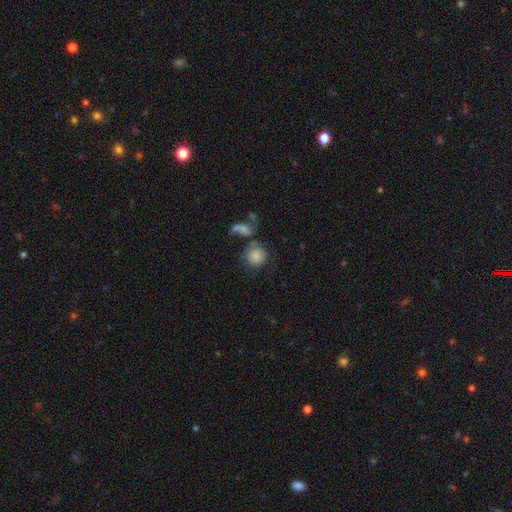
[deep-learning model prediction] Morphology: type=smooth (80%); roundness=round (87%); merging=none (47%).